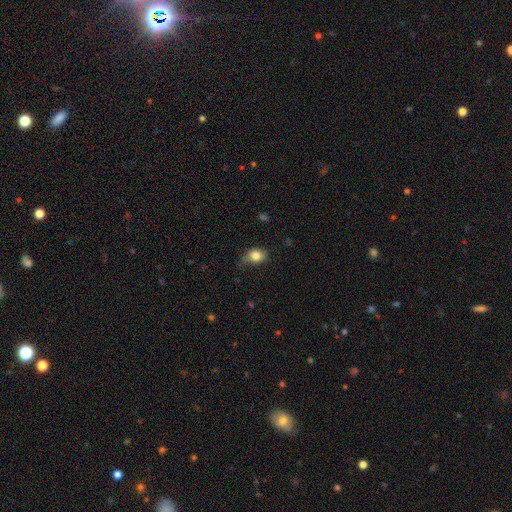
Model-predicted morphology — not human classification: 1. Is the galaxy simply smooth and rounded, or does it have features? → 81% smooth, 11% featured or disk, 9% star or artifact.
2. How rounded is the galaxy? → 57% in between, 41% round, 1% cigar-shaped.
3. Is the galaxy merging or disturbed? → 48% none, 36% minor disturbance, 14% major disturbance, 2% merger.